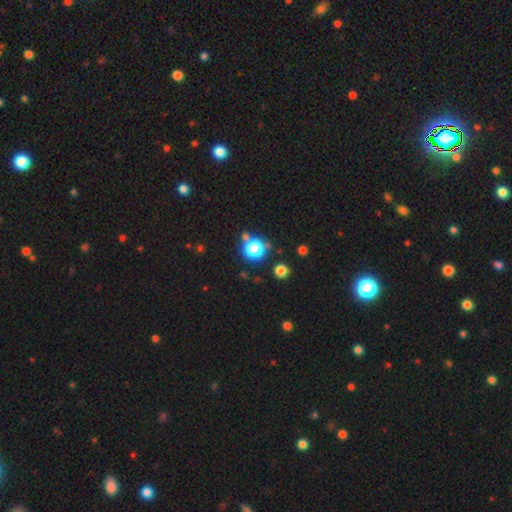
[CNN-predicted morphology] The model was most divided on "smooth or featured": smooth: 56%, star or artifact: 38%, featured or disk: 6%. More confident: how rounded — round (92%); merging — none (83%).